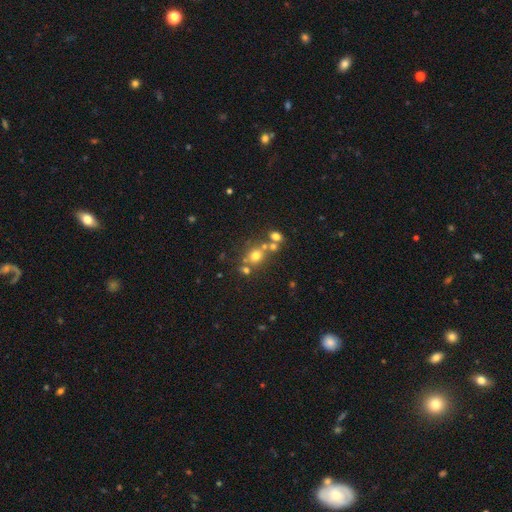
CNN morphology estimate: Overall: smooth (64%). How rounded: round (75%). Merging: none (56%; merger 27%).